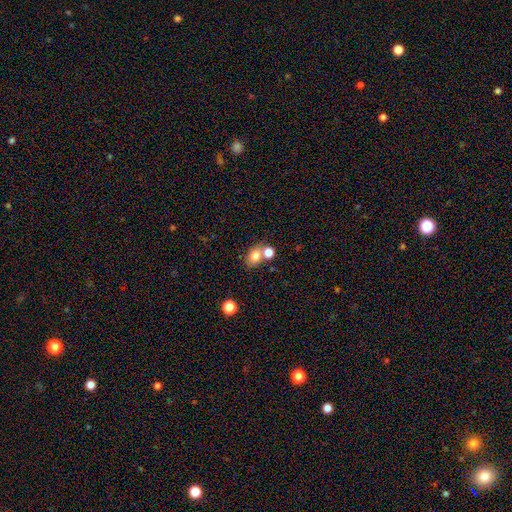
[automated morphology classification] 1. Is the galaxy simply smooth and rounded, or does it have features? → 79% smooth, 11% star or artifact, 10% featured or disk.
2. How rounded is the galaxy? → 57% in between, 41% round, 1% cigar-shaped.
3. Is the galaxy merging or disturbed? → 52% none, 34% merger, 10% minor disturbance, 4% major disturbance.